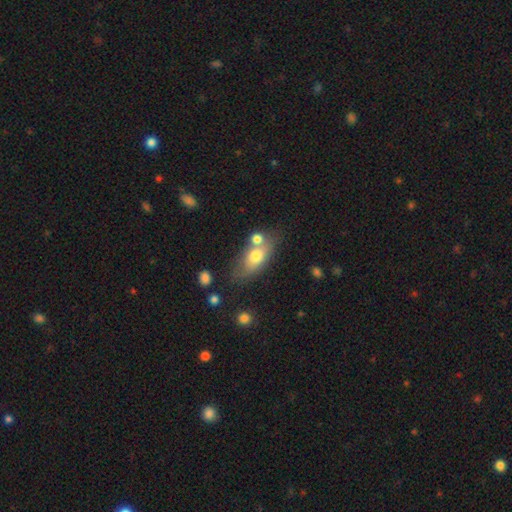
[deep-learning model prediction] Smooth or featured?
  - smooth: 70% *
  - featured or disk: 22%
  - star or artifact: 8%
How rounded?
  - in between: 80% *
  - round: 11%
  - cigar-shaped: 9%
Merging?
  - none: 47% *
  - merger: 30%
  - minor disturbance: 16%
  - major disturbance: 6%